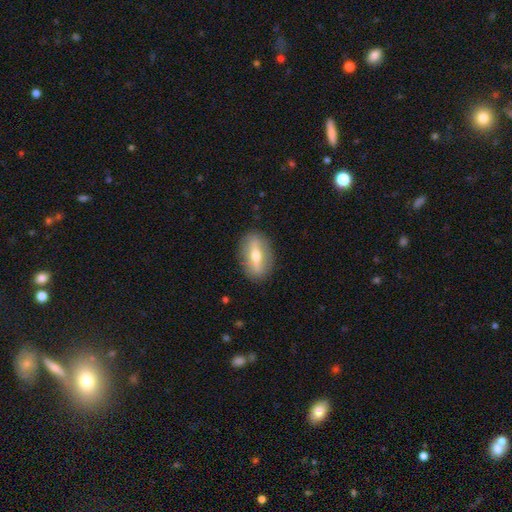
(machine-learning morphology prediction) The model was most divided on "smooth or featured": featured or disk: 53%, smooth: 40%, star or artifact: 7%. More confident: merging — none (85%); edge-on disk — no (58%).